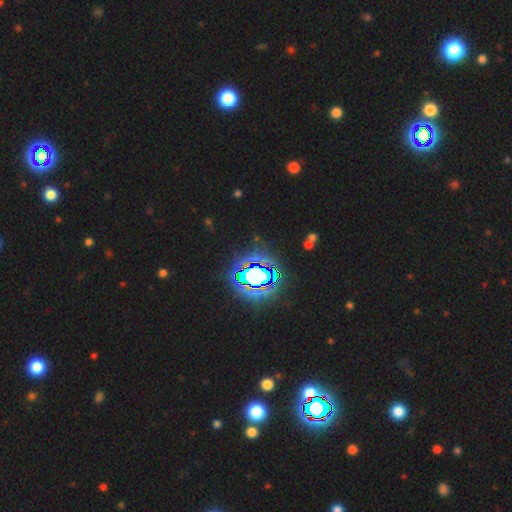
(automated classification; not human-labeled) smooth-or-featured: star or artifact: 81% | smooth: 10% | featured or disk: 9%